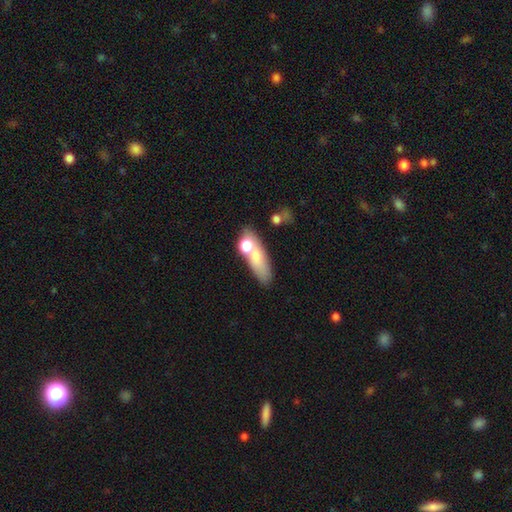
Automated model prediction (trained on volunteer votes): Overall: smooth (62%; featured or disk 28%). How rounded: in between (50%; cigar-shaped 40%). Merging: none (43%; merger 34%).